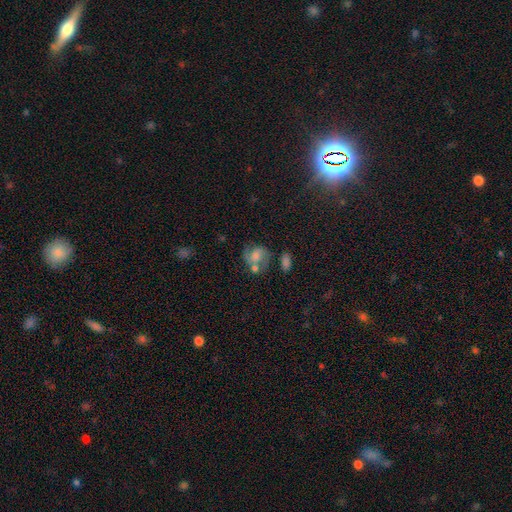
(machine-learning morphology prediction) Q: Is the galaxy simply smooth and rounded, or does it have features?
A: featured or disk — 48%.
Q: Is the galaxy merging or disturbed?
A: none — 43%.